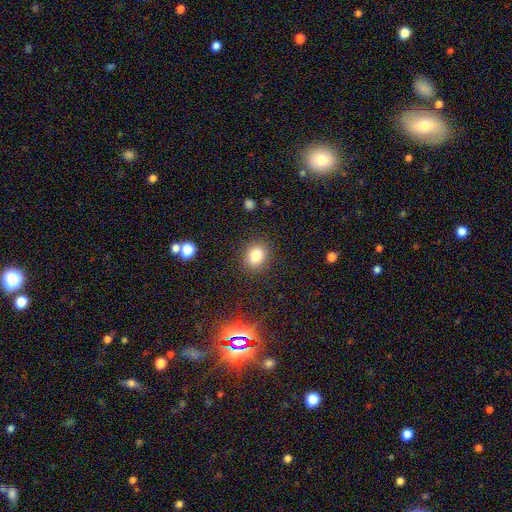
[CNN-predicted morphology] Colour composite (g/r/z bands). It shows a smooth galaxy with no disk features (81%) that is round (62%). Merging: none (87%).